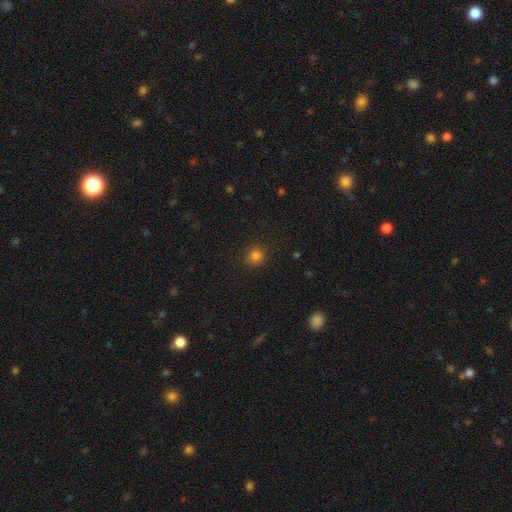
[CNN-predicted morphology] smooth-or-featured: smooth: 81% | star or artifact: 14% | featured or disk: 5%
  how-rounded: round: 84% | in between: 15% | cigar-shaped: 1%
  merging: none: 88% | minor disturbance: 8% | major disturbance: 2% | merger: 1%